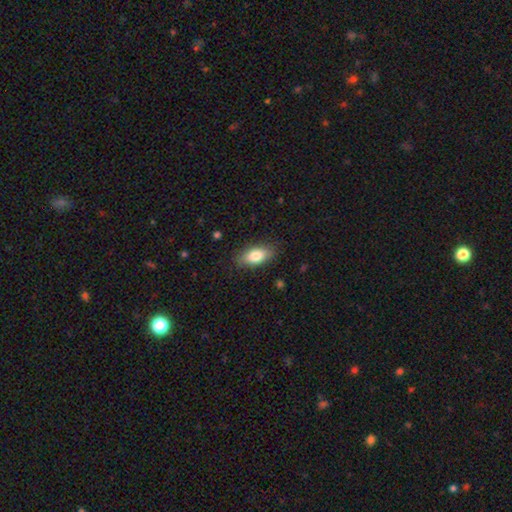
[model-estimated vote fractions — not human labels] Smooth or featured? smooth (79%)
How rounded? in between (86%)
Merging? none (85%)